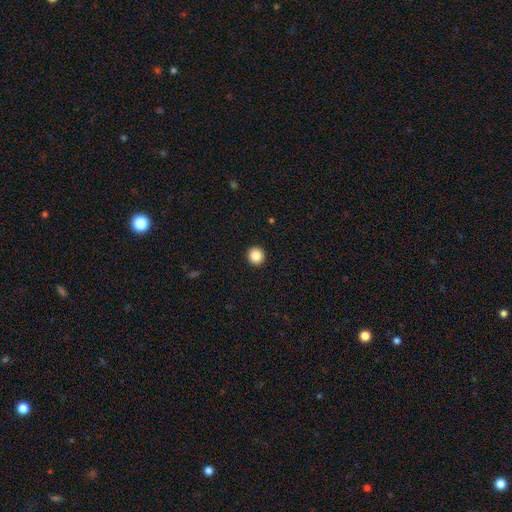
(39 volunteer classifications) Smooth or featured?
  - smooth: 92% *
  - star or artifact: 8%
  - featured or disk: 0%
How rounded?
  - round: 97% *
  - in between: 3%
  - cigar-shaped: 0%
Merging?
  - none: 100% *
  - minor disturbance: 0%
  - major disturbance: 0%
  - merger: 0%